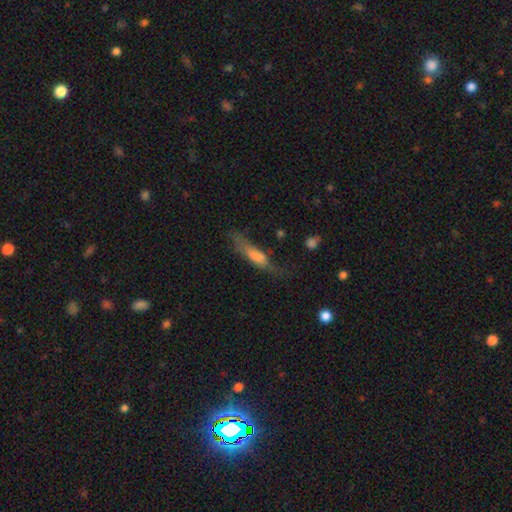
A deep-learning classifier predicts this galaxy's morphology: A smooth galaxy with no disk features (60%) that is cigar-shaped (71%). Merging: none (44%).